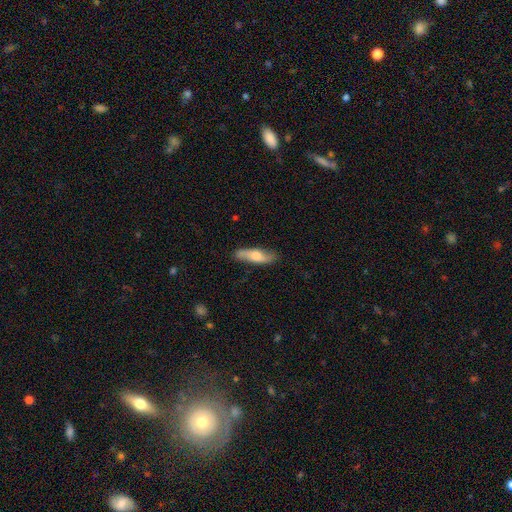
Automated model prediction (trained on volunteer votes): A smooth galaxy with no disk features (59%) that is cigar-shaped (60%). Merging: none (83%).